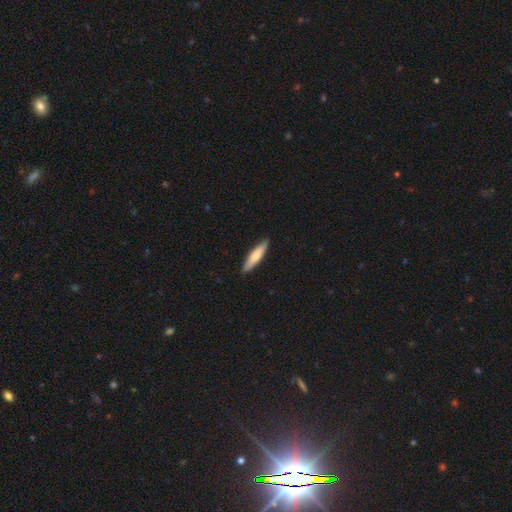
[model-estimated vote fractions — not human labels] Smooth or featured? Predicted: smooth (p=0.71). How rounded? Predicted: cigar-shaped (p=0.80). Merging? Predicted: none (p=0.89).